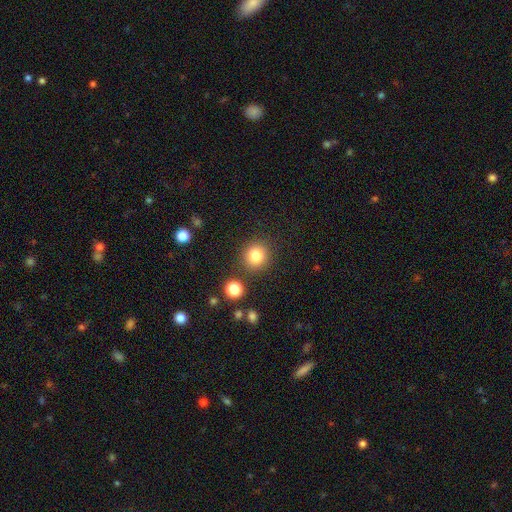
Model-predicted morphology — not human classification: Smooth or featured? Predicted: smooth (p=0.83). How rounded? Predicted: round (p=0.90). Merging? Predicted: none (p=0.84).